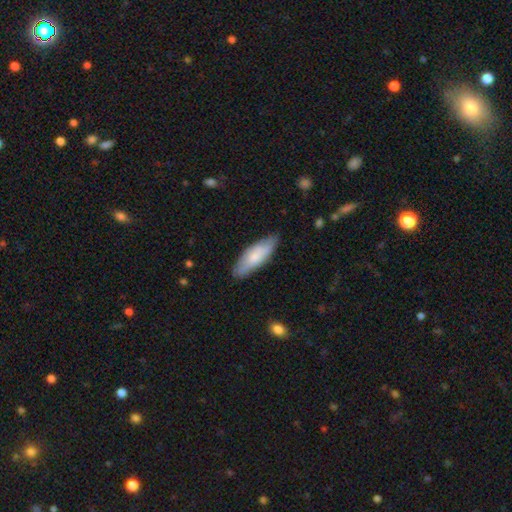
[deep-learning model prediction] smooth 67%, featured or disk 27%, star or artifact 6%. Down the decision tree: how rounded — in between (60%); merging — none (76%).